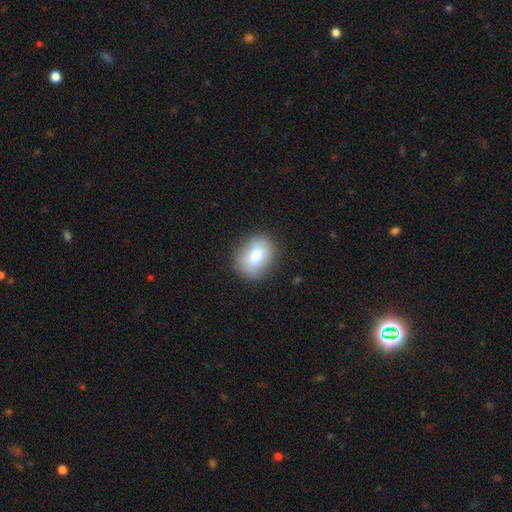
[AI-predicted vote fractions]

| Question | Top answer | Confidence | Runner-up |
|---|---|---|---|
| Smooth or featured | smooth | 78% | featured or disk (14%) |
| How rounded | in between | 54% | round (44%) |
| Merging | none | 82% | minor disturbance (13%) |